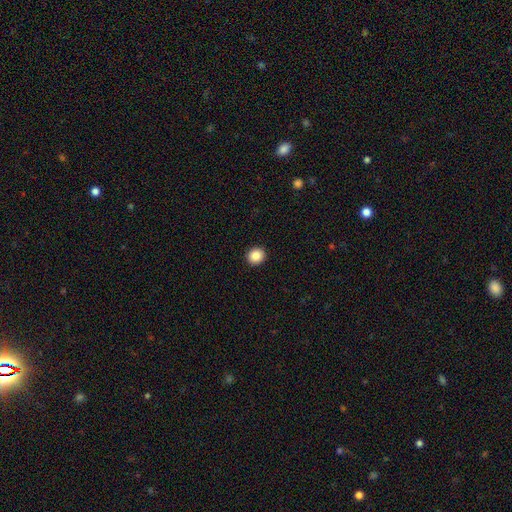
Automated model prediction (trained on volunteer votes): Morphology: type=smooth (86%); roundness=round (86%); merging=none (93%).